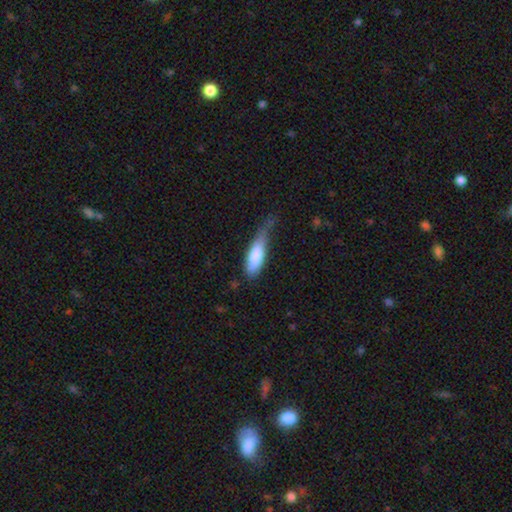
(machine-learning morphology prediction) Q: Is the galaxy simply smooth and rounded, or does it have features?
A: smooth — 80%.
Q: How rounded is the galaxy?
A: in between — 55%.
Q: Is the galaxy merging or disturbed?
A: minor disturbance — 45%.